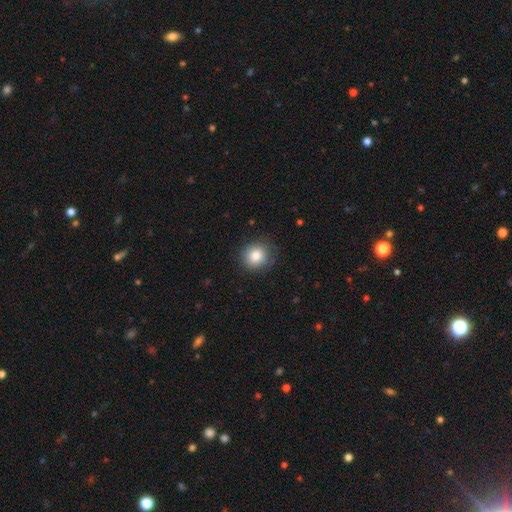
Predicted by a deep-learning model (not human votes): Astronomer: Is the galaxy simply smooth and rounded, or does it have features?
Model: smooth — 83%.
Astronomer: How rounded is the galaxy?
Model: round — 86%.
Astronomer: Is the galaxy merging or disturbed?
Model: none — 84%.